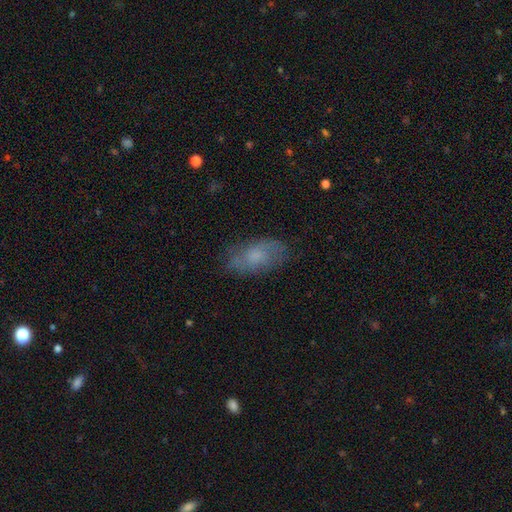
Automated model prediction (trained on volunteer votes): Overall: smooth (62%; featured or disk 30%). How rounded: in between (89%). Merging: none (73%).